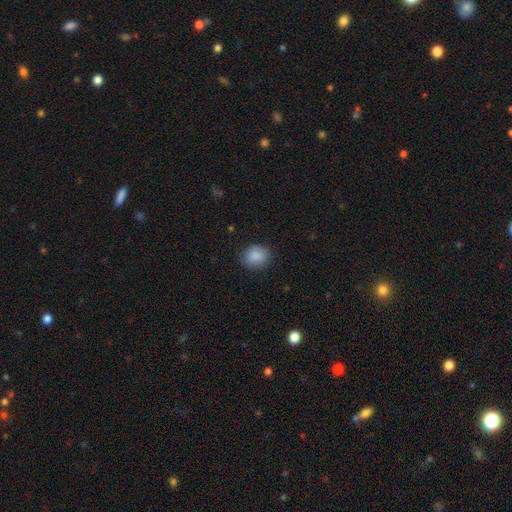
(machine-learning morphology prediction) Smooth or featured? smooth (88%)
How rounded? round (56%)
Merging? none (82%)